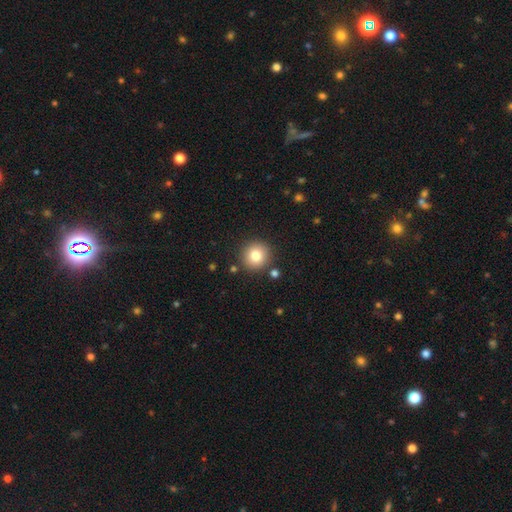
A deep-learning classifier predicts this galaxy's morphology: This is clearly a smooth galaxy (82%). How rounded: clearly round (93%). Merging: clearly none (87%).